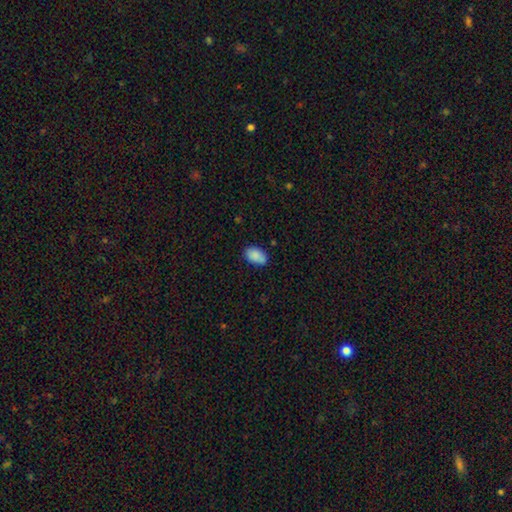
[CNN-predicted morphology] Smooth or featured? smooth (87%)
How rounded? in between (92%)
Merging? none (76%)